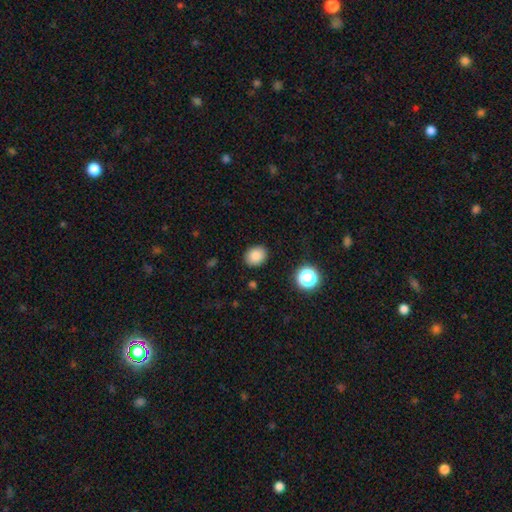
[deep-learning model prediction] Smooth or featured?
  - smooth: 85% *
  - star or artifact: 11%
  - featured or disk: 4%
How rounded?
  - round: 50% *
  - in between: 49%
  - cigar-shaped: 1%
Merging?
  - none: 88% *
  - minor disturbance: 8%
  - major disturbance: 2%
  - merger: 1%